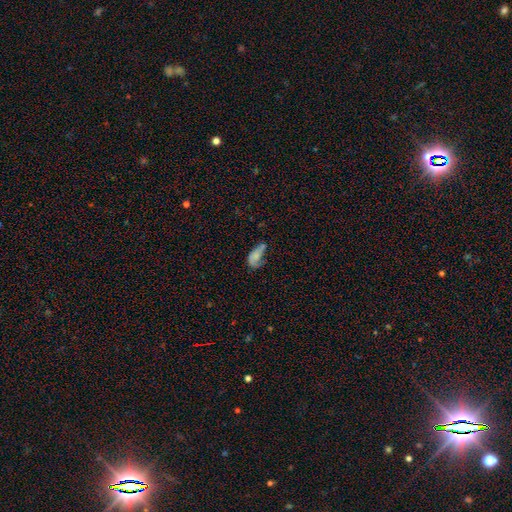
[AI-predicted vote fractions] This is possibly a smooth galaxy (59%). How rounded: clearly in between (87%). Merging: marginally major disturbance (37%).